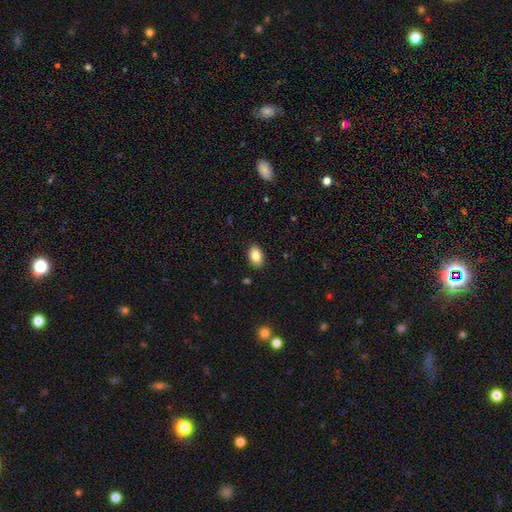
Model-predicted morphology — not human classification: The model was most divided on "smooth or featured": smooth: 85%, featured or disk: 8%, star or artifact: 8%. More confident: how rounded — in between (90%); merging — none (89%).